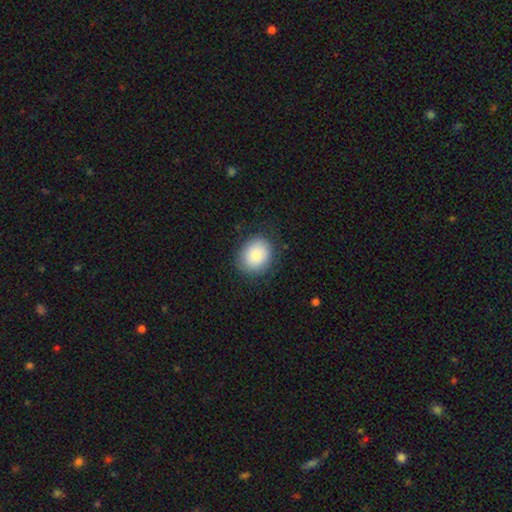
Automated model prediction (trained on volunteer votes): A smooth galaxy with no disk features (84%) that is round (64%).

Vote fractions:
- Smooth or featured? smooth: 84% / featured or disk: 8% / star or artifact: 8%
- How rounded? round: 64% / in between: 35% / cigar-shaped: 1%
- Merging? none: 82% / minor disturbance: 12% / major disturbance: 4% / merger: 1%